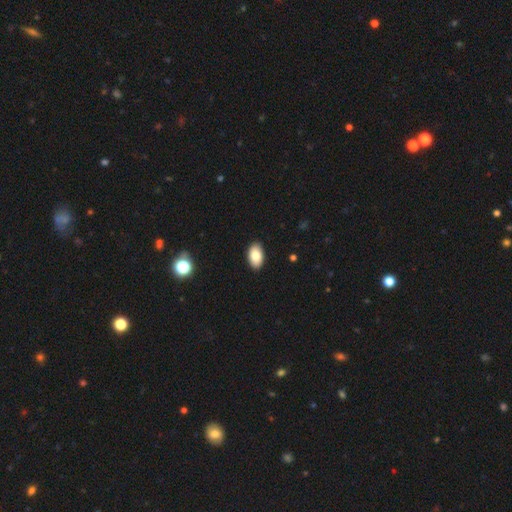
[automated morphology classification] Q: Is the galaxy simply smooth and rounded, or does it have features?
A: smooth — 85%.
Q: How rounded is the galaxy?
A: in between — 93%.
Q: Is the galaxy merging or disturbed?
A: none — 90%.